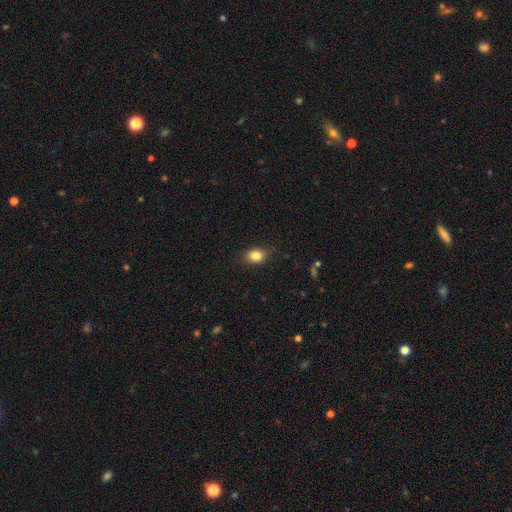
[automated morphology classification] This is clearly a smooth galaxy (83%). How rounded: likely in between (63%). Merging: clearly none (83%).